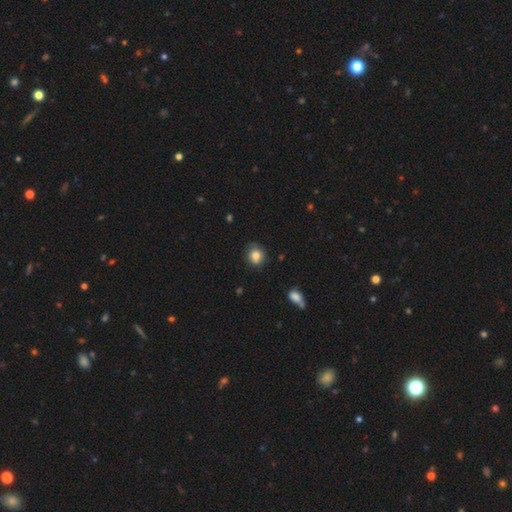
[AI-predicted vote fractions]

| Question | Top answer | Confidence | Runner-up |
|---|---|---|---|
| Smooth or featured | smooth | 81% | star or artifact (9%) |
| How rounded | round | 79% | in between (20%) |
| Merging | none | 70% | minor disturbance (23%) |